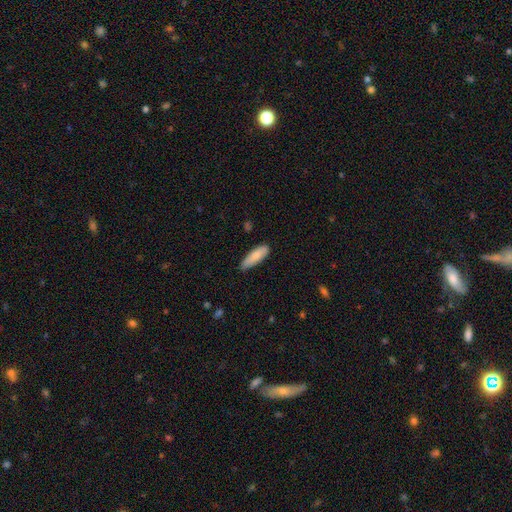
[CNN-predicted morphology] smooth 84%, featured or disk 11%, star or artifact 6%. Down the decision tree: how rounded — cigar-shaped (54%); merging — none (80%).